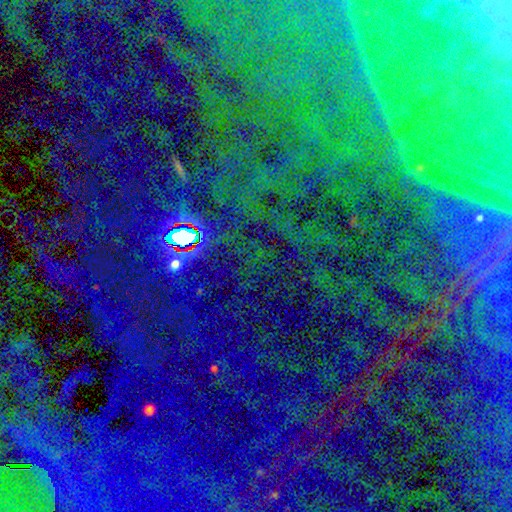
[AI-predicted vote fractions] A star or artifact, not a galaxy (83%).

Vote fractions:
- Smooth or featured? star or artifact: 83% / smooth: 9% / featured or disk: 8%